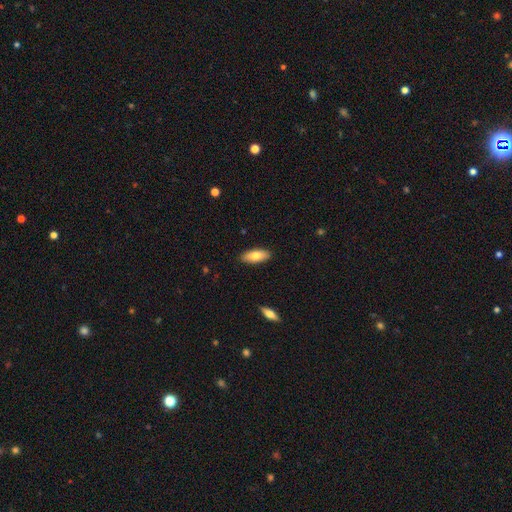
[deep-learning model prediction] The model was most divided on "how rounded": in between: 79%, cigar-shaped: 19%, round: 2%. More confident: merging — none (89%); smooth or featured — smooth (77%).